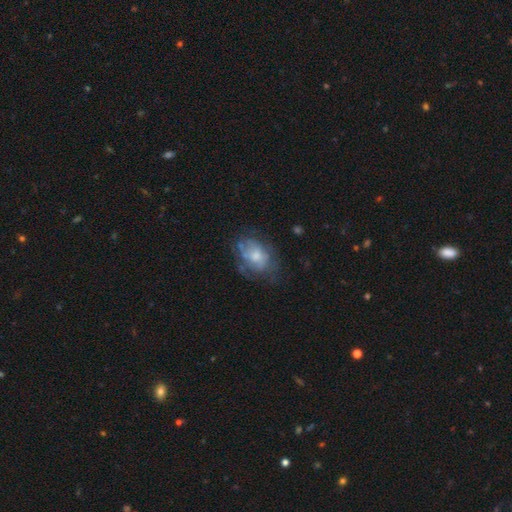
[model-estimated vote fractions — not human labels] Smooth or featured? featured or disk (49%)
Merging? none (47%)